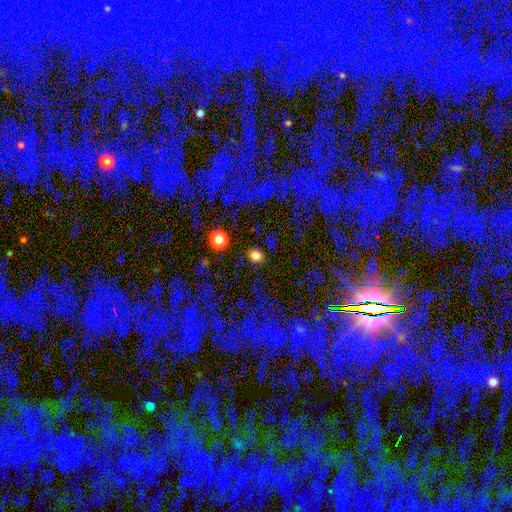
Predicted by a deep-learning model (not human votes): Morphology: type=smooth (58%); roundness=round (55%); merging=none (78%).